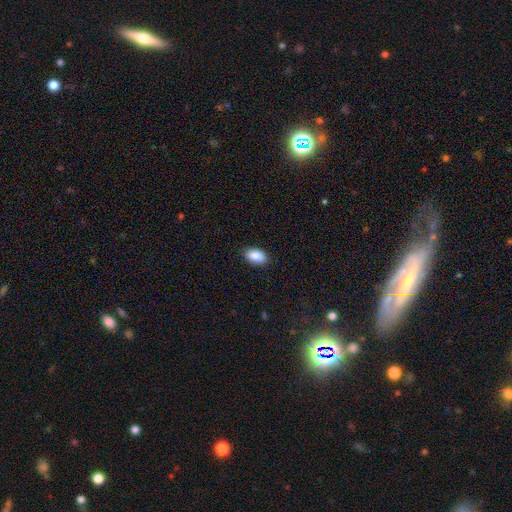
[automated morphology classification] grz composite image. It shows a smooth galaxy with no disk features (89%) that is in between round and cigar-shaped (92%). Merging: none (87%).